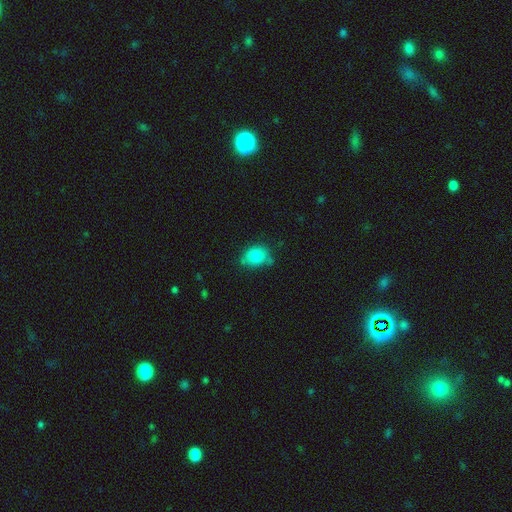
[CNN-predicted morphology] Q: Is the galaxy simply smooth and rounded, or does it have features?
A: smooth — 82%.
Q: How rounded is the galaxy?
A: in between — 56%.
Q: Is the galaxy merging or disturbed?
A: none — 58%.